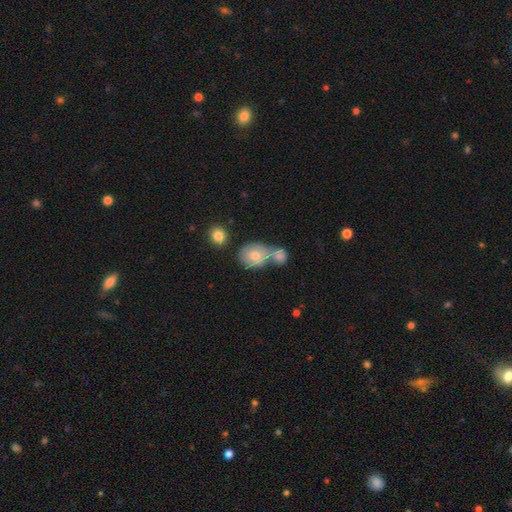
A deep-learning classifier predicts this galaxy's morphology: Overall: smooth (64%; featured or disk 26%). How rounded: round (68%; in between 31%). Merging: merger (48%; none 36%).